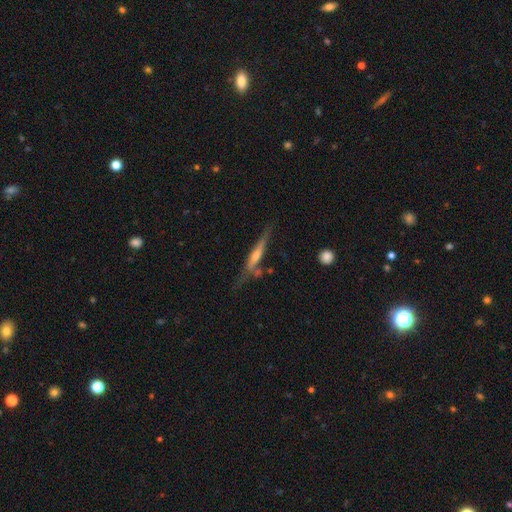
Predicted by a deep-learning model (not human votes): Smooth or featured: featured or disk — 68% (smooth — 26%)
Edge-on disk: yes — 93% (no — 7%)
Edge-on bulge: rounded — 67% (none — 21%)
Merging: none — 67% (minor disturbance — 21%)